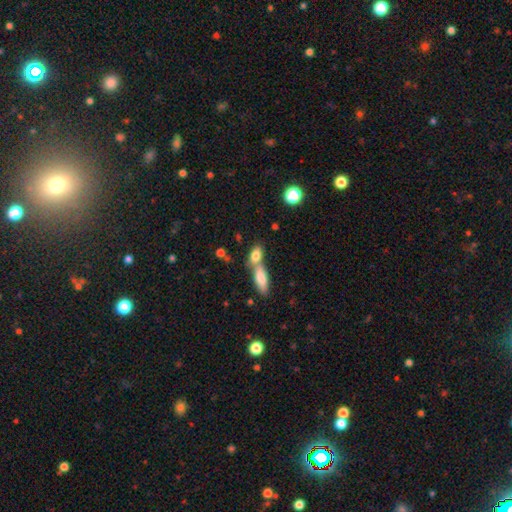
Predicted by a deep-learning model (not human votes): This is likely a smooth galaxy (80%). How rounded: likely in between (77%). Merging: possibly merger (54%).